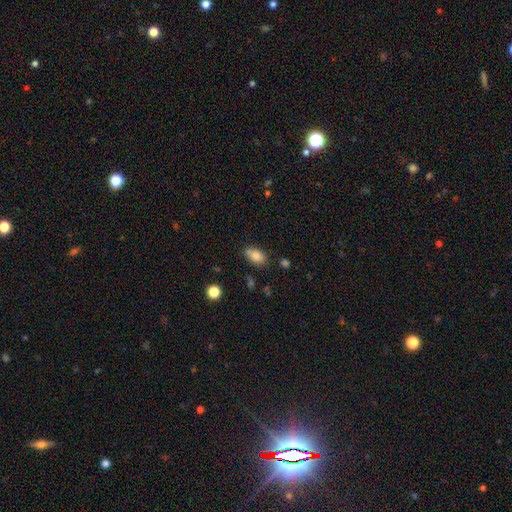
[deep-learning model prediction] smooth_or_featured: smooth (p=0.82) [alt: star or artifact p=0.09]
how_rounded: in between (p=0.88) [alt: round p=0.08]
merging: none (p=0.66) [alt: minor disturbance p=0.20]